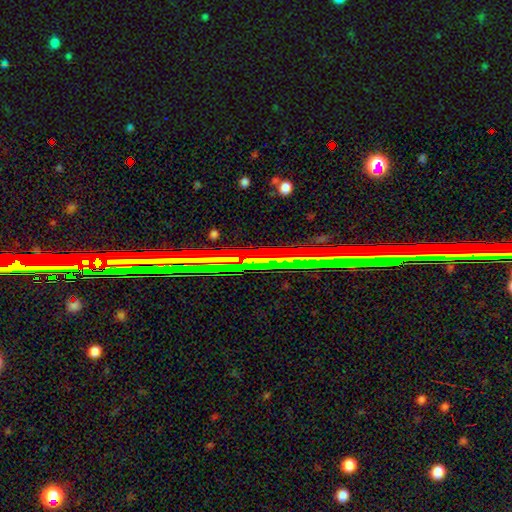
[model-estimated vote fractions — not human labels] Smooth or featured? Predicted: star or artifact (p=0.73).